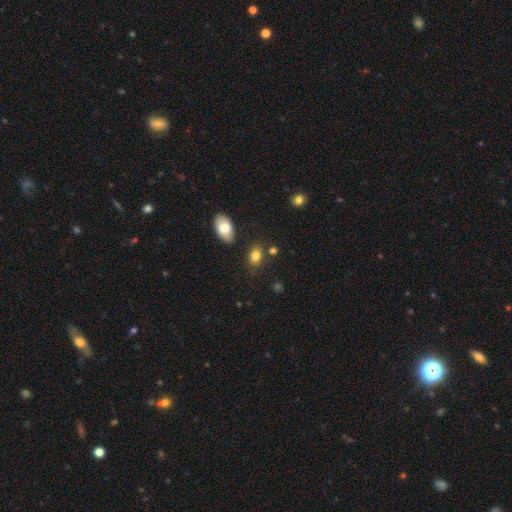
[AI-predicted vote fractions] Smooth or featured?
  - smooth: 82% *
  - star or artifact: 9%
  - featured or disk: 8%
How rounded?
  - in between: 81% *
  - round: 17%
  - cigar-shaped: 2%
Merging?
  - none: 77% *
  - minor disturbance: 13%
  - merger: 6%
  - major disturbance: 4%